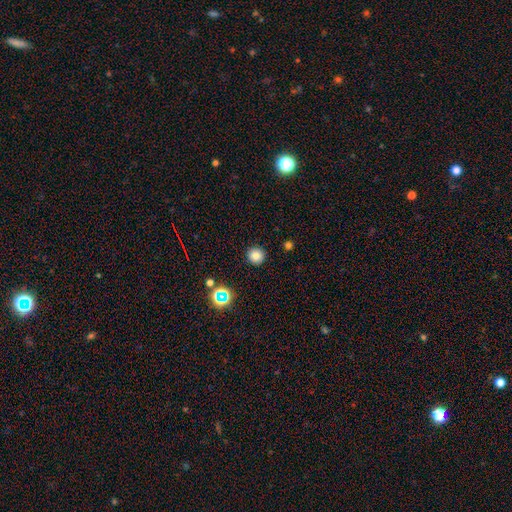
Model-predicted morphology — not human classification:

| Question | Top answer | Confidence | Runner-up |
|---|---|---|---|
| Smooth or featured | smooth | 78% | star or artifact (15%) |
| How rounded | round | 94% | in between (5%) |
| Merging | none | 92% | minor disturbance (5%) |